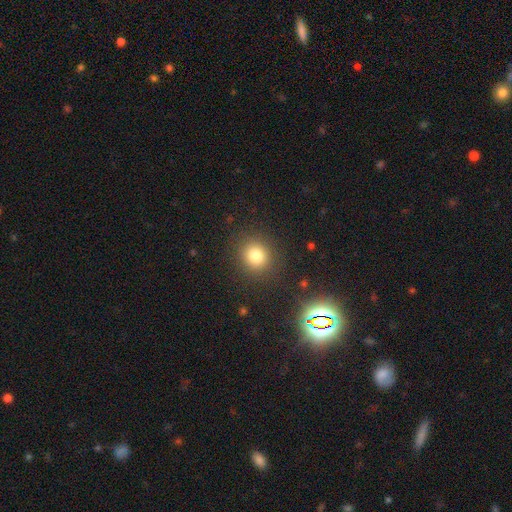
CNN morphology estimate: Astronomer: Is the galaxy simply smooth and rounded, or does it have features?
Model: smooth — 80%.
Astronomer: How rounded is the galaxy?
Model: round — 86%.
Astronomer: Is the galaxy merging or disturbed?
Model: none — 87%.